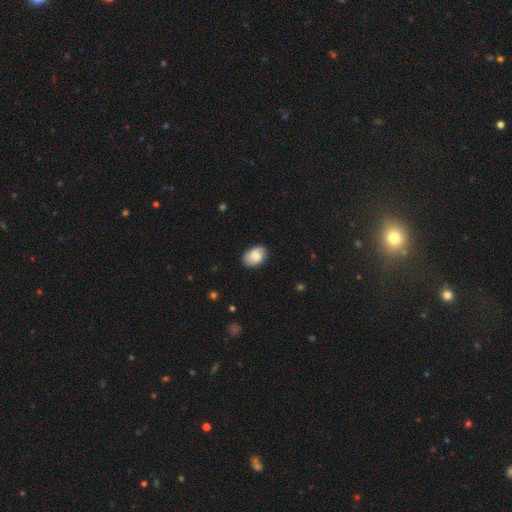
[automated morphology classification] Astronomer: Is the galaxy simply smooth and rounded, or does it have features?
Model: smooth — 80%.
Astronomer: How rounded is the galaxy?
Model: in between — 83%.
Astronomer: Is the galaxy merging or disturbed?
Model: none — 83%.